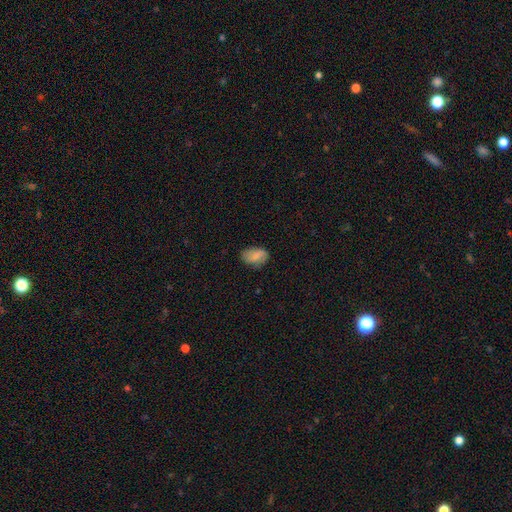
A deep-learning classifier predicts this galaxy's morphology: This appears to be a smooth galaxy with no disk features (75%) that is in between round and cigar-shaped (88%). Merging: none (69%).